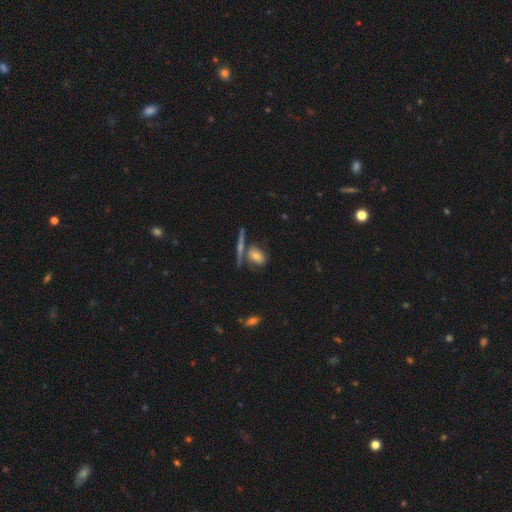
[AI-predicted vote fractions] The model was most divided on "smooth or featured": smooth: 53%, featured or disk: 35%, star or artifact: 12%. More confident: how rounded — in between (61%); merging — none (55%).